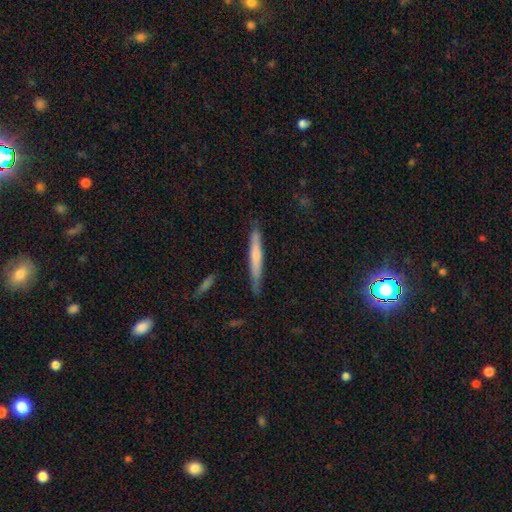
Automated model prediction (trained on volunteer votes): smooth 55%, featured or disk 39%, star or artifact 6%. Down the decision tree: how rounded — cigar-shaped (95%); merging — none (82%).